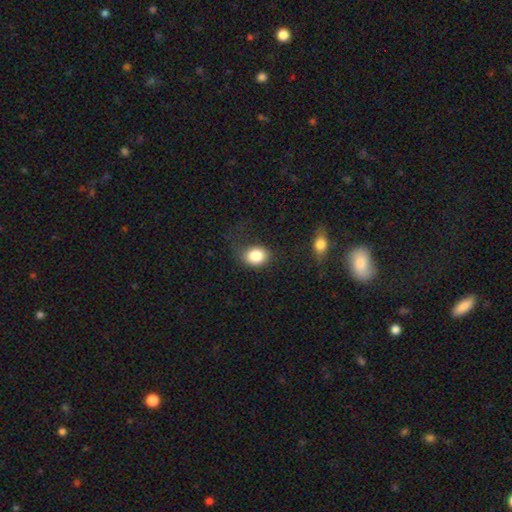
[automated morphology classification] The model was most divided on "how rounded": in between: 50%, round: 49%, cigar-shaped: 1%. More confident: smooth or featured — smooth (84%); merging — none (62%).